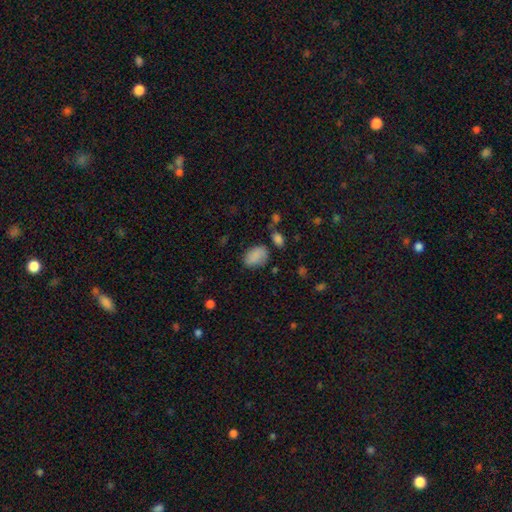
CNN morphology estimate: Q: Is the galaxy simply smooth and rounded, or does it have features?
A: smooth — 83%.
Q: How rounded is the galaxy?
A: in between — 79%.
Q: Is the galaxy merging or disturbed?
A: none — 62%.